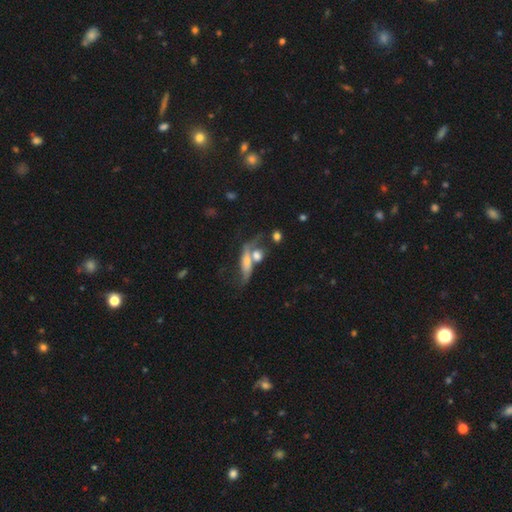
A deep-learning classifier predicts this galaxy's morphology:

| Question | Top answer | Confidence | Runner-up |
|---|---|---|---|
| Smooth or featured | smooth | 49% | featured or disk (41%) |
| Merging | merger | 44% | none (28%) |